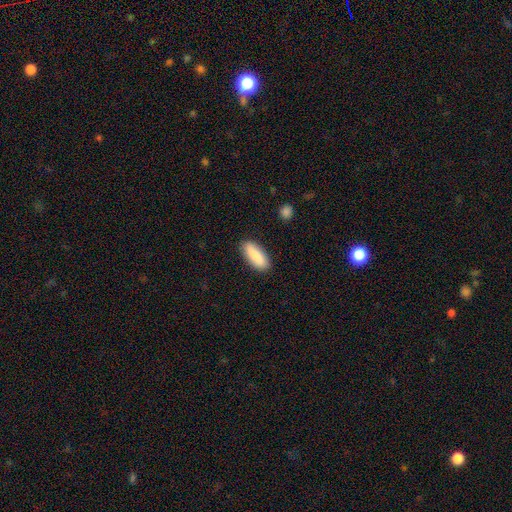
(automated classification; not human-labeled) This appears to be a smooth galaxy with no disk features (85%) that is in between round and cigar-shaped (73%). Merging: none (87%).